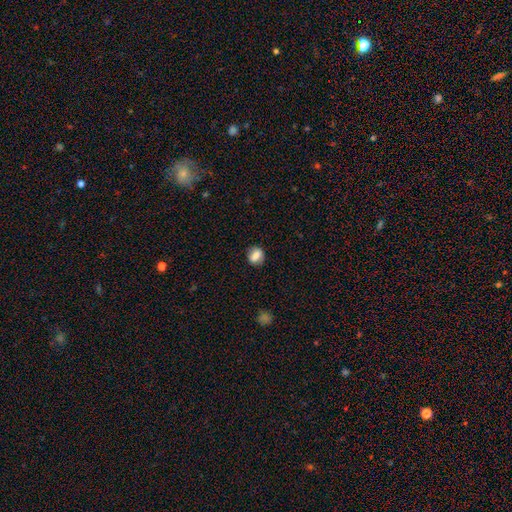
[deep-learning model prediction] Smooth or featured? smooth (76%)
How rounded? round (61%)
Merging? none (83%)